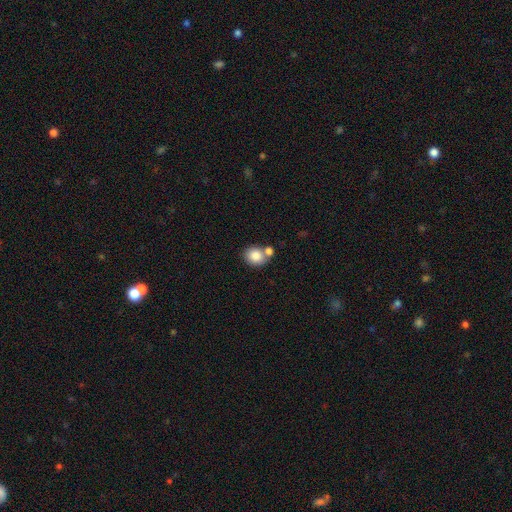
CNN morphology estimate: smooth_or_featured: smooth (p=0.84) [alt: star or artifact p=0.09]
how_rounded: round (p=0.72) [alt: in between p=0.27]
merging: none (p=0.53) [alt: merger p=0.34]